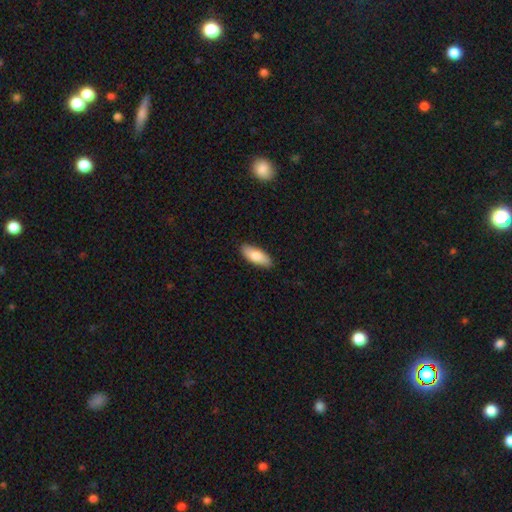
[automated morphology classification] Smooth or featured? smooth (81%)
How rounded? in between (74%)
Merging? none (88%)